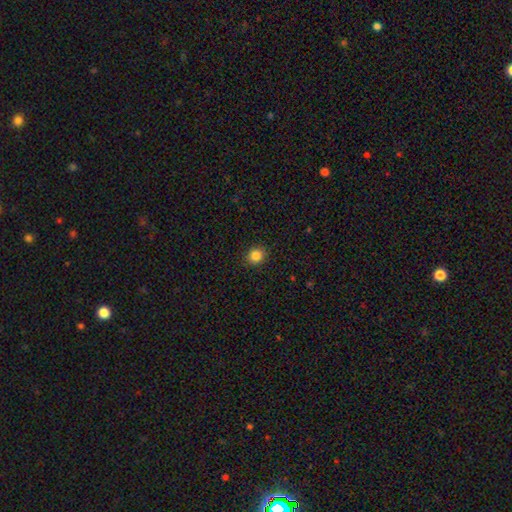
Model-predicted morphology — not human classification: type=smooth (85%); roundness=round (85%); merging=none (92%).